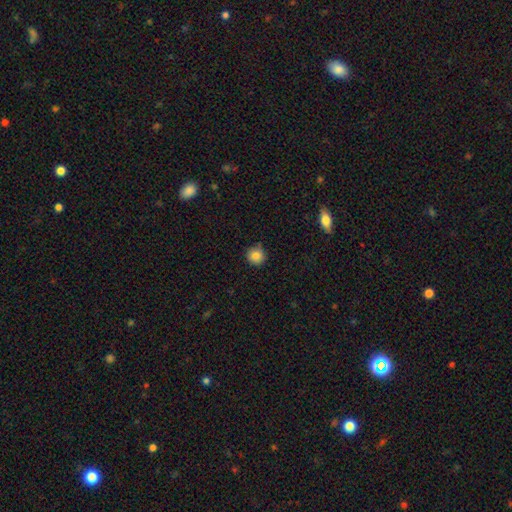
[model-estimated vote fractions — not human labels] Overall: smooth (85%). How rounded: round (94%). Merging: none (82%).